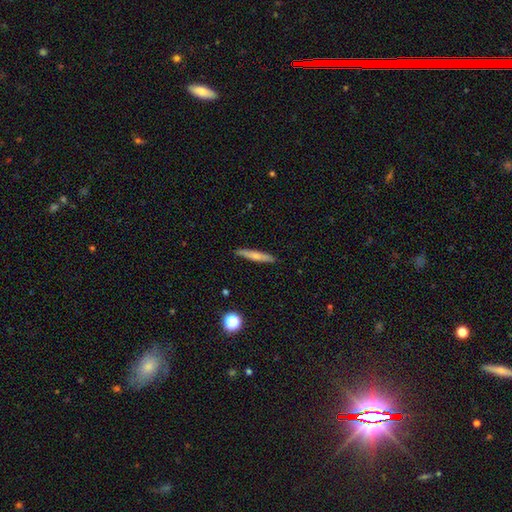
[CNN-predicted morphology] The model was most divided on "smooth or featured": smooth: 60%, featured or disk: 34%, star or artifact: 7%. More confident: how rounded — cigar-shaped (92%); merging — none (89%).